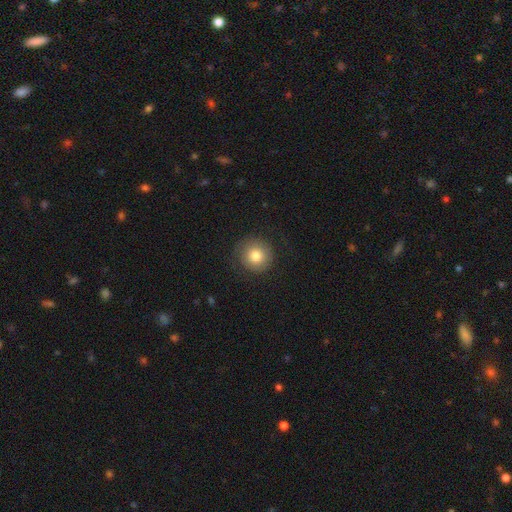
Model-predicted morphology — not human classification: Overall: smooth (77%). How rounded: round (94%). Merging: none (83%).